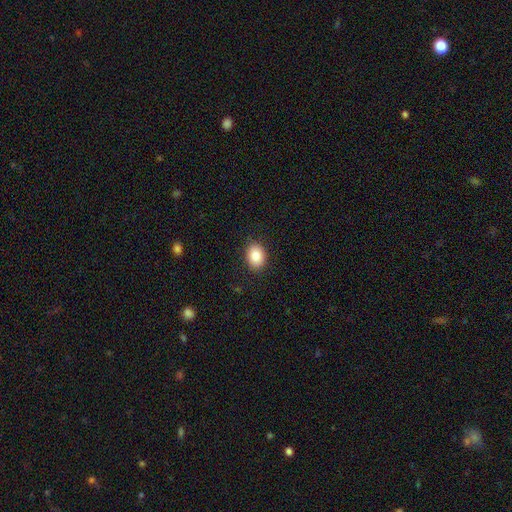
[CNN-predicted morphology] This appears to be a smooth galaxy with no disk features (86%) that is in between round and cigar-shaped (65%). Merging: none (88%).